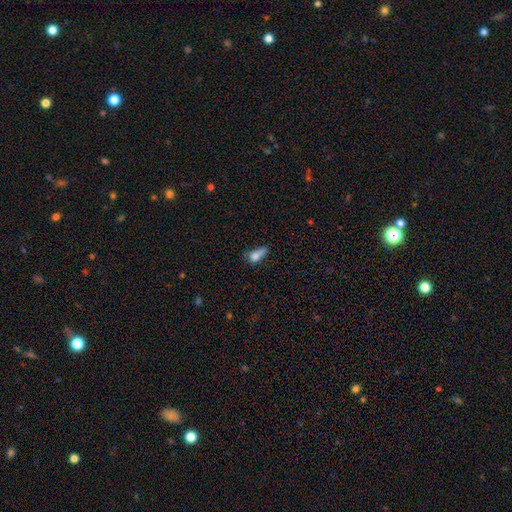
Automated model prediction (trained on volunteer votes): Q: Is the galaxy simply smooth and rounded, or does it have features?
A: smooth — 71%.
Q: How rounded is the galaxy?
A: in between — 68%.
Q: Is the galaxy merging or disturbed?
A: minor disturbance — 31%.